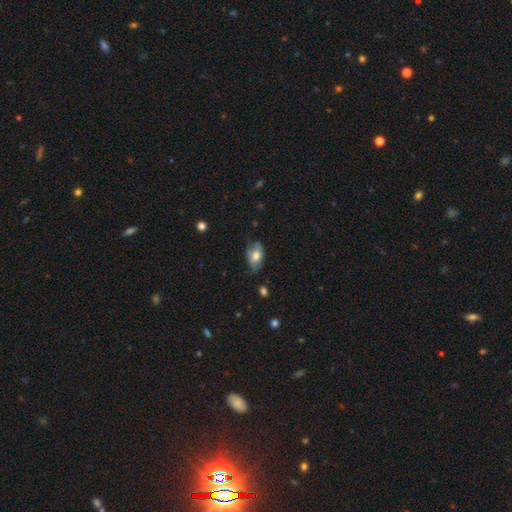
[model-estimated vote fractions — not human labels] smooth_or_featured: smooth (p=0.63) [alt: featured or disk p=0.29]
how_rounded: in between (p=0.90) [alt: round p=0.08]
merging: none (p=0.48) [alt: minor disturbance p=0.36]